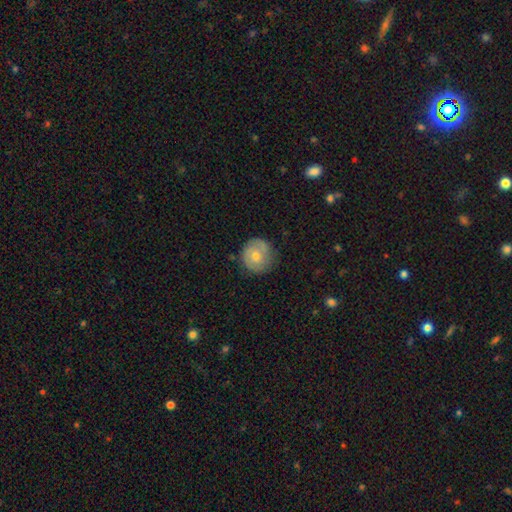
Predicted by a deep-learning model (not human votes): This appears to be a smooth galaxy with no disk features (52%) that is round (91%). Merging: none (80%).